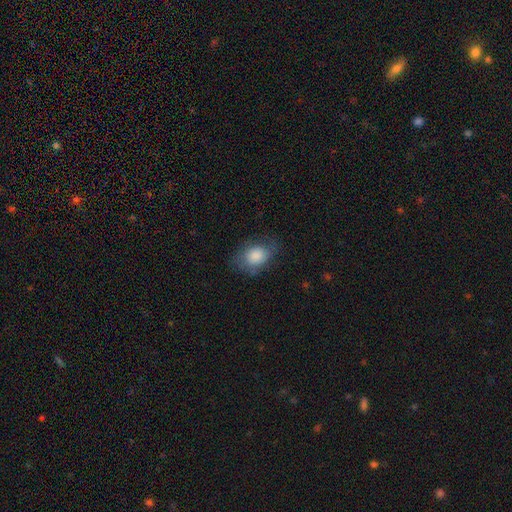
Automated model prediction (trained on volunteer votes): smooth_or_featured: smooth (p=0.81) [alt: featured or disk p=0.12]
how_rounded: in between (p=0.72) [alt: round p=0.26]
merging: none (p=0.64) [alt: minor disturbance p=0.25]